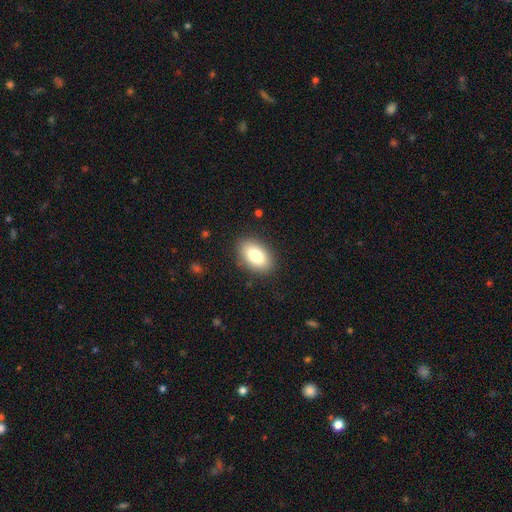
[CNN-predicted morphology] smooth-or-featured: smooth: 83% | featured or disk: 10% | star or artifact: 7%
  how-rounded: in between: 92% | round: 7% | cigar-shaped: 1%
  merging: none: 87% | minor disturbance: 10% | major disturbance: 3% | merger: 1%